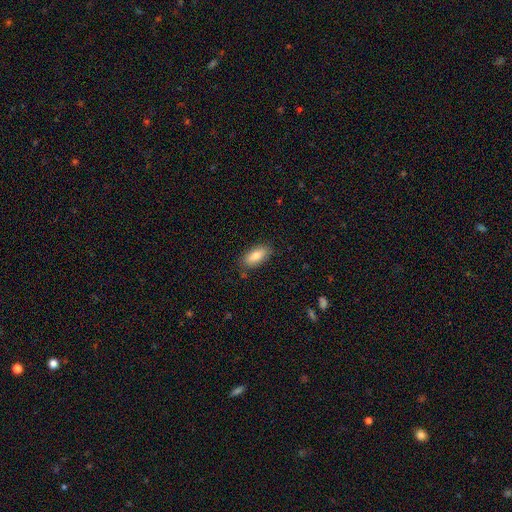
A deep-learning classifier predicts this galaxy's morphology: Q: Smooth or featured?
A: smooth (81%); runner-up: featured or disk (12%)
Q: How rounded?
A: in between (86%); runner-up: cigar-shaped (11%)
Q: Merging?
A: none (82%); runner-up: minor disturbance (13%)